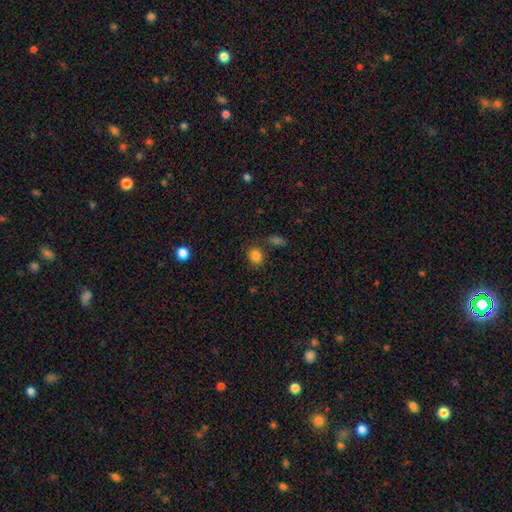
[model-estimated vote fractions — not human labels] smooth-or-featured: smooth: 84% | star or artifact: 11% | featured or disk: 5%
  how-rounded: in between: 50% | round: 49% | cigar-shaped: 1%
  merging: none: 74% | minor disturbance: 13% | merger: 10% | major disturbance: 4%